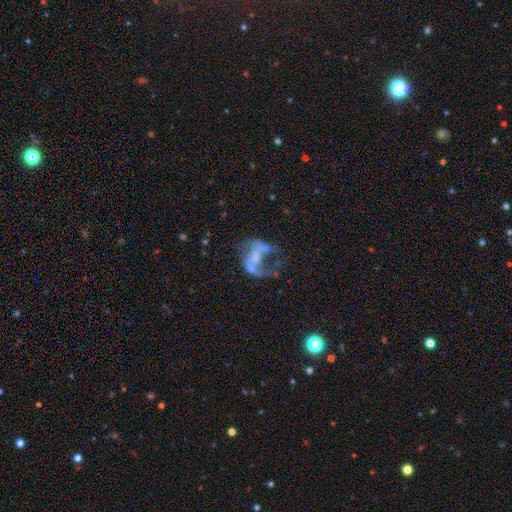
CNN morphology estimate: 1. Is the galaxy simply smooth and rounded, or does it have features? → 71% featured or disk, 18% smooth, 12% star or artifact.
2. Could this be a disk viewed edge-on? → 97% no, 3% yes.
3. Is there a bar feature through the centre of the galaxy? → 53% no, 32% weak, 15% strong.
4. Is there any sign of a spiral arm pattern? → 54% yes, 46% no.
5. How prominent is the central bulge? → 37% none, 27% moderate, 26% small, 8% large, 2% dominant.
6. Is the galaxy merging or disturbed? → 41% major disturbance, 25% none, 21% merger, 13% minor disturbance.